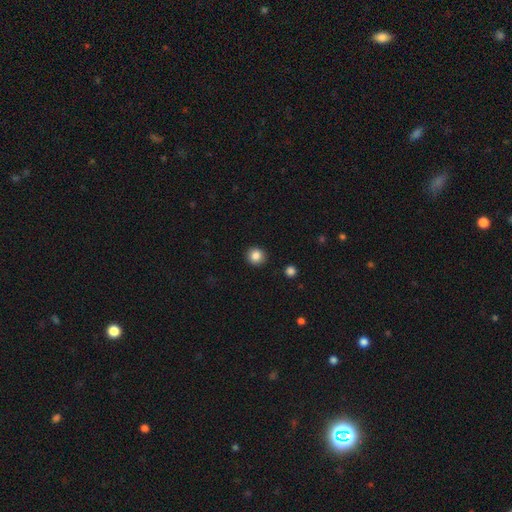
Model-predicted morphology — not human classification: Smooth or featured?
  - smooth: 85% *
  - star or artifact: 10%
  - featured or disk: 4%
How rounded?
  - round: 90% *
  - in between: 9%
  - cigar-shaped: 1%
Merging?
  - none: 91% *
  - minor disturbance: 6%
  - major disturbance: 2%
  - merger: 1%